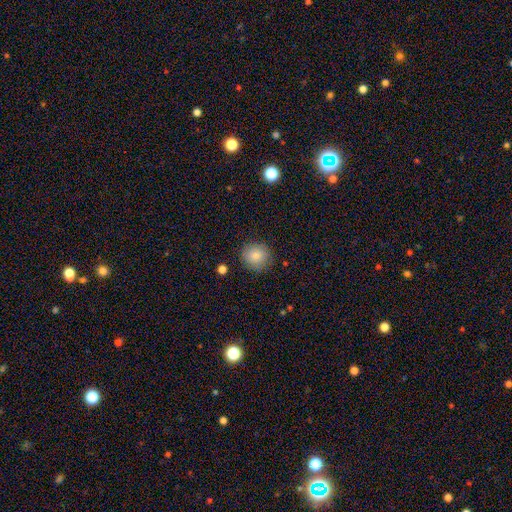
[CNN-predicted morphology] Smooth or featured?
  - smooth: 84% *
  - star or artifact: 9%
  - featured or disk: 6%
How rounded?
  - round: 91% *
  - in between: 8%
  - cigar-shaped: 1%
Merging?
  - none: 87% *
  - minor disturbance: 9%
  - major disturbance: 3%
  - merger: 1%